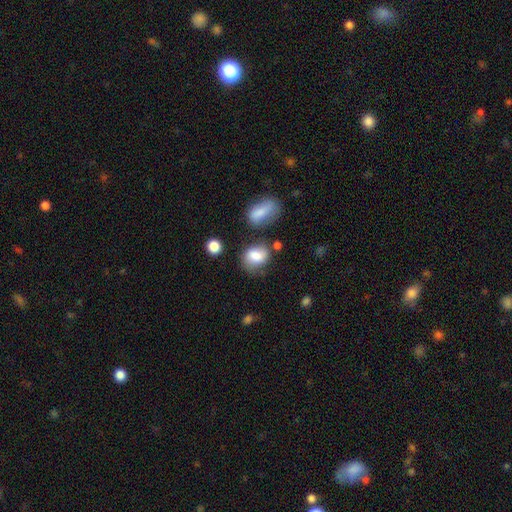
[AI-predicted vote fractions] A smooth galaxy with no disk features (80%) that is in between round and cigar-shaped (62%).

Vote fractions:
- Smooth or featured? smooth: 80% / featured or disk: 11% / star or artifact: 9%
- How rounded? in between: 62% / round: 37% / cigar-shaped: 1%
- Merging? none: 52% / minor disturbance: 27% / merger: 11% / major disturbance: 11%